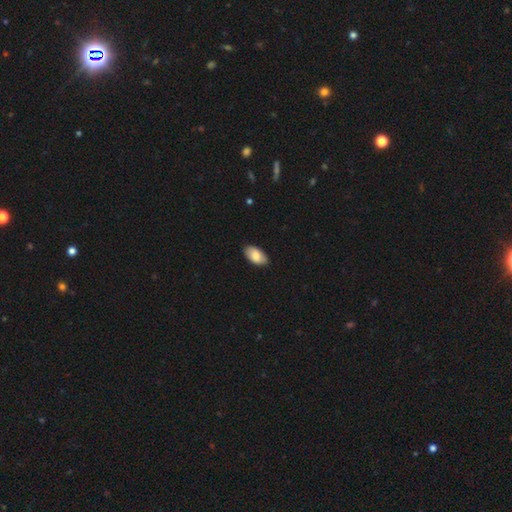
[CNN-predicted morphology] Smooth or featured? Predicted: smooth (p=0.82). How rounded? Predicted: in between (p=0.95). Merging? Predicted: none (p=0.86).